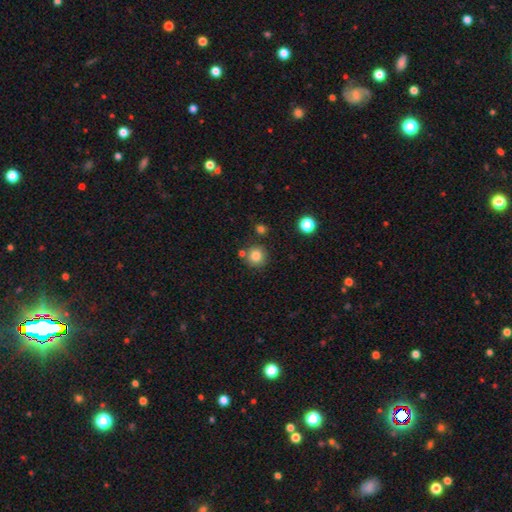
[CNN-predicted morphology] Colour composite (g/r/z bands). It shows a smooth galaxy with no disk features (83%) that is round (93%). Merging: none (79%).